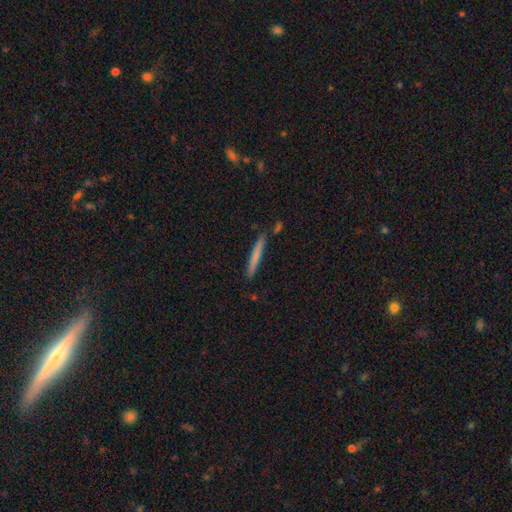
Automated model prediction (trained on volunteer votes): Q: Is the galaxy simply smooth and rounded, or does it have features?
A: smooth — 68%.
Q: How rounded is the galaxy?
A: cigar-shaped — 96%.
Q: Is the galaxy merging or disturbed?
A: none — 84%.